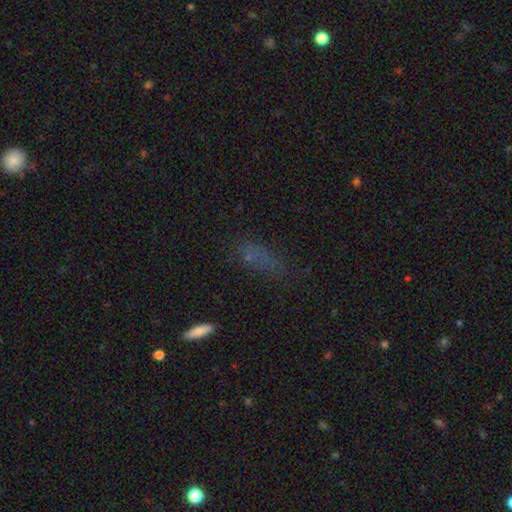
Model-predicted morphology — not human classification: smooth_or_featured: smooth (p=0.61) [alt: star or artifact p=0.24]
how_rounded: in between (p=0.61) [alt: cigar-shaped p=0.32]
merging: none (p=0.52) [alt: minor disturbance p=0.25]